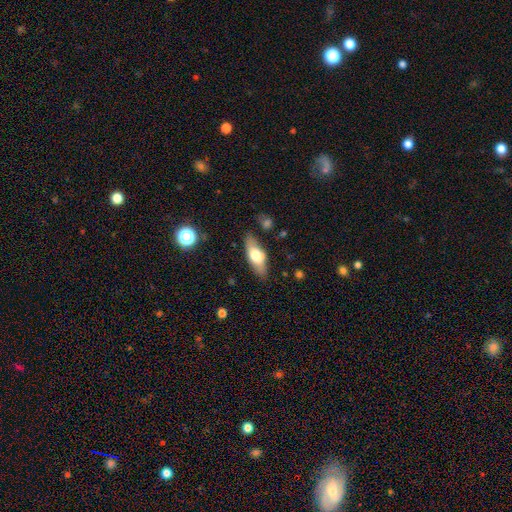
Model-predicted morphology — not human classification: Smooth or featured: smooth — 60% (featured or disk — 34%)
How rounded: in between — 69% (cigar-shaped — 28%)
Merging: none — 81% (minor disturbance — 14%)